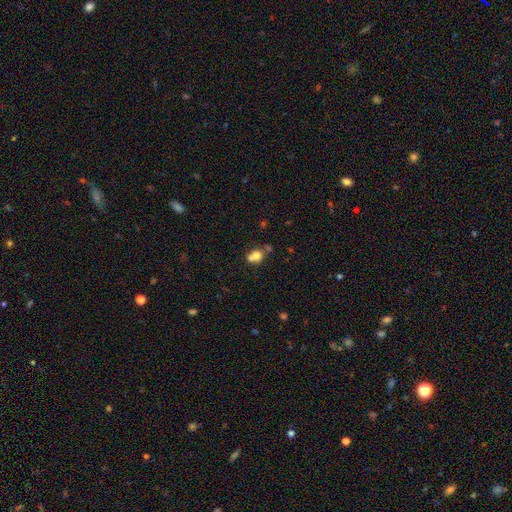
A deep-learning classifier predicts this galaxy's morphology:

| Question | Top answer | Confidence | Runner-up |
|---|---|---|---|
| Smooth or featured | smooth | 72% | featured or disk (16%) |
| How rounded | round | 69% | in between (30%) |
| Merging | merger | 50% | none (36%) |